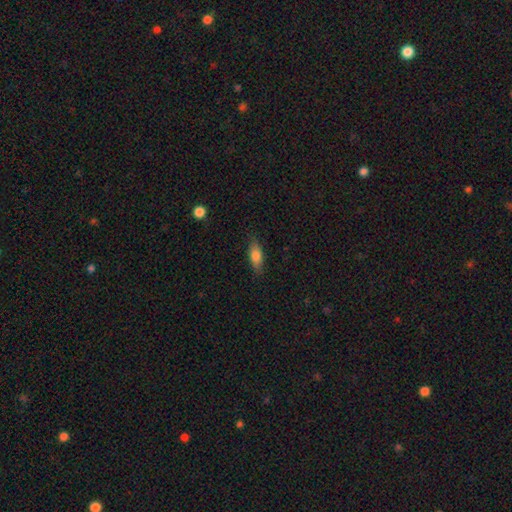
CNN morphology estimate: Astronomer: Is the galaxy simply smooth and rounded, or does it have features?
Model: smooth — 79%.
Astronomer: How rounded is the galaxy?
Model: in between — 73%.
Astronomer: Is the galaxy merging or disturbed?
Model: none — 81%.